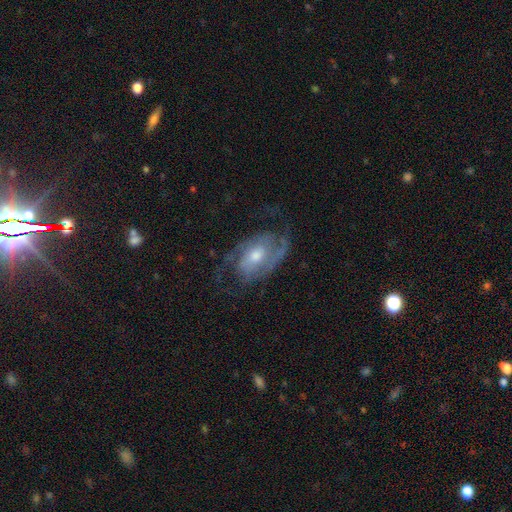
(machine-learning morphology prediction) A featured or disk galaxy (84%) with no bar (54%), 2 (76%) medium (49%) spiral arms (93%) and a moderate central bulge (63%).

Vote fractions:
- Smooth or featured? featured or disk: 84% / smooth: 10% / star or artifact: 6%
- Edge-on disk? no: 96% / yes: 4%
- Bar? no: 54% / weak: 36% / strong: 10%
- Spiral arms? yes: 93% / no: 7%
- Spiral winding? medium: 49% / tight: 30% / loose: 21%
- Spiral arm count? 2: 76% / can't tell: 11% / 3: 6% / 1: 4% / 4: 2% / more than 4: 2%
- Bulge size? moderate: 63% / small: 26% / large: 8% / none: 2% / dominant: 1%
- Merging? none: 64% / minor disturbance: 18% / major disturbance: 16% / merger: 1%